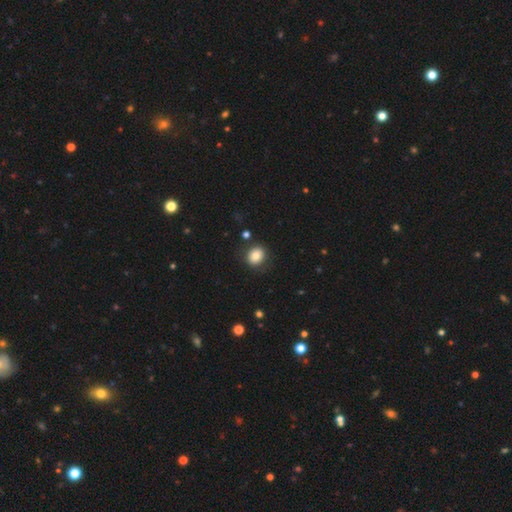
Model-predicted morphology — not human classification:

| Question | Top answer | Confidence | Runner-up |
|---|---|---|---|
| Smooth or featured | smooth | 82% | star or artifact (9%) |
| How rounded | round | 66% | in between (33%) |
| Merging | none | 83% | minor disturbance (11%) |